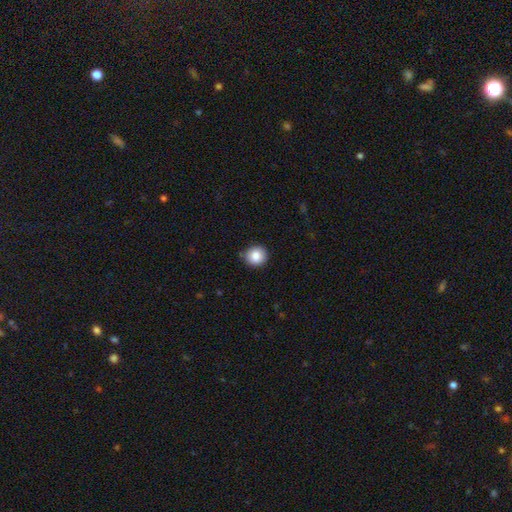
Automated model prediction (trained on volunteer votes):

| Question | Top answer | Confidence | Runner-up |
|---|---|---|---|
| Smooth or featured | smooth | 84% | star or artifact (9%) |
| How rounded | round | 90% | in between (9%) |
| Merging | none | 85% | minor disturbance (11%) |